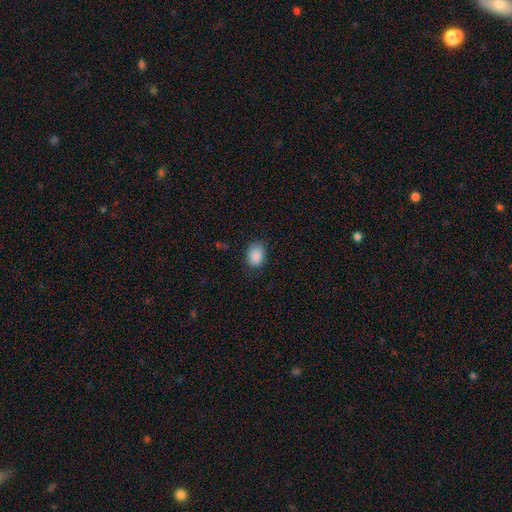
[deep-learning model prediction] smooth-or-featured: smooth: 89% | star or artifact: 8% | featured or disk: 3%
  how-rounded: in between: 71% | round: 29% | cigar-shaped: 1%
  merging: none: 77% | minor disturbance: 18% | major disturbance: 4% | merger: 1%